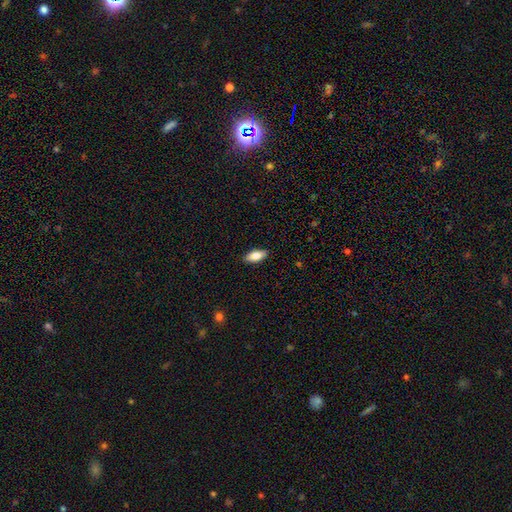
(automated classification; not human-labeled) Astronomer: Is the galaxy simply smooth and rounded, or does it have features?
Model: smooth — 82%.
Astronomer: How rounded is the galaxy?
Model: in between — 84%.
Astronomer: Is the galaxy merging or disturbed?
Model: none — 89%.